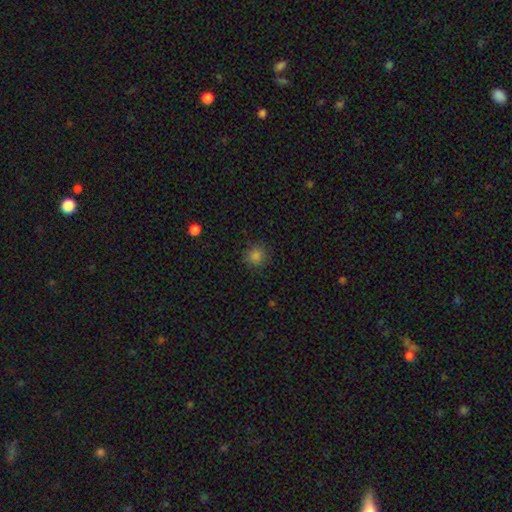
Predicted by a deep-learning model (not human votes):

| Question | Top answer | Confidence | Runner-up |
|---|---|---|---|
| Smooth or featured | smooth | 84% | star or artifact (12%) |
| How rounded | round | 89% | in between (10%) |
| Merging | none | 87% | minor disturbance (9%) |